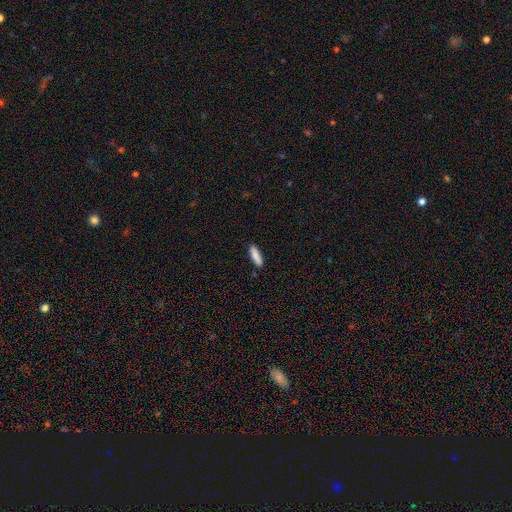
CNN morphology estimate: Smooth or featured? Predicted: smooth (p=0.87). How rounded? Predicted: cigar-shaped (p=0.62). Merging? Predicted: none (p=0.88).